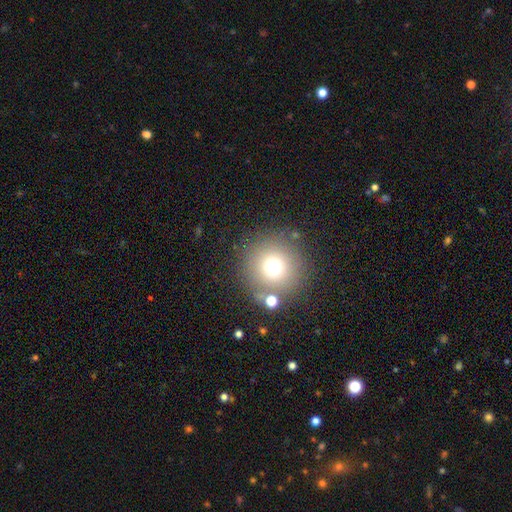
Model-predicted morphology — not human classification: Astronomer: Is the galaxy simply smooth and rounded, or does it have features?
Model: smooth — 69%.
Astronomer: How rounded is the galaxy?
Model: round — 94%.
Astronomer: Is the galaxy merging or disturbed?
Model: none — 81%.